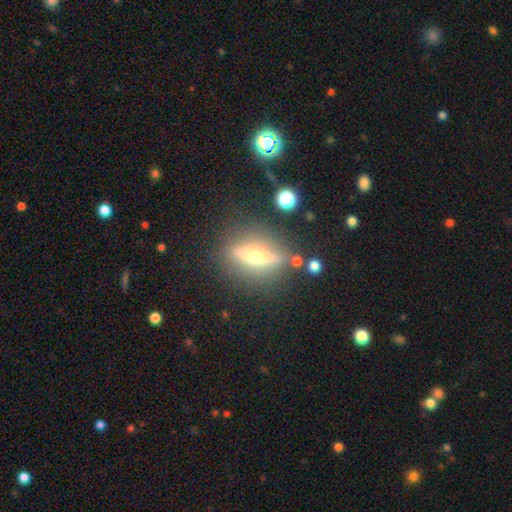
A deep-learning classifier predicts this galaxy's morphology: This is likely a featured or disk galaxy (72%). It is clearly viewed edge-on (91%). Edge-on bulge: clearly rounded (90%). Merging: clearly none (85%).